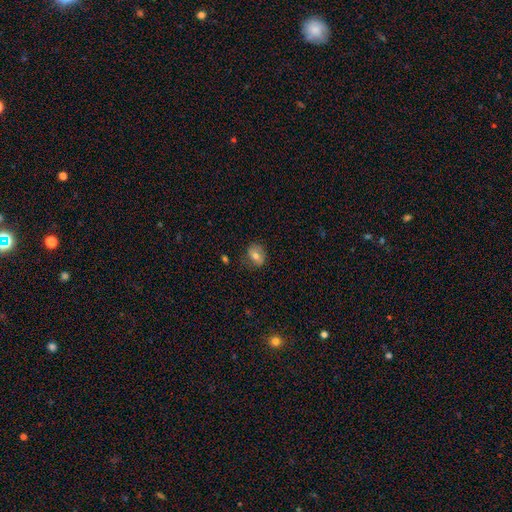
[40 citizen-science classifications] Smooth or featured?
  - smooth: 62% *
  - featured or disk: 28%
  - star or artifact: 10%
How rounded?
  - in between: 64% *
  - round: 32%
  - cigar-shaped: 4%
Merging?
  - none: 67% *
  - minor disturbance: 25%
  - major disturbance: 8%
  - merger: 0%